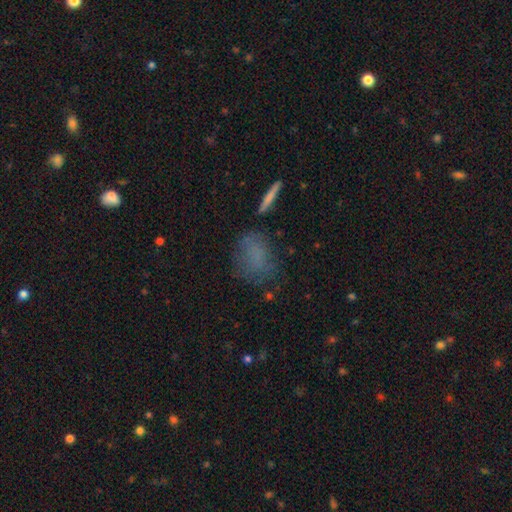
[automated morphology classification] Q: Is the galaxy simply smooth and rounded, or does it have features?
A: smooth — 67%.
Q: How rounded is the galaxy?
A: in between — 69%.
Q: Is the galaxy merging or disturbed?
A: none — 61%.